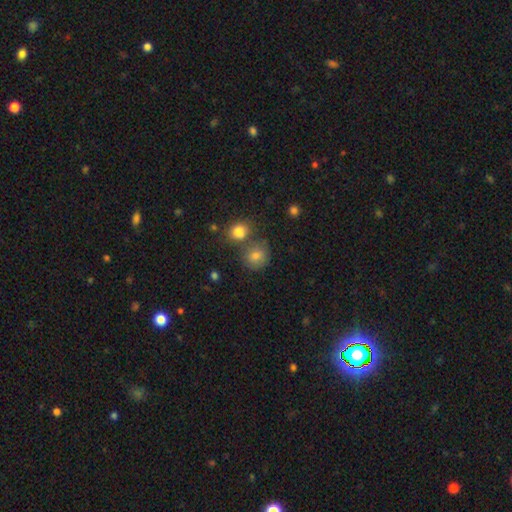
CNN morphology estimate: Smooth or featured: smooth — 77% (star or artifact — 13%)
How rounded: round — 78% (in between — 21%)
Merging: none — 62% (merger — 21%)